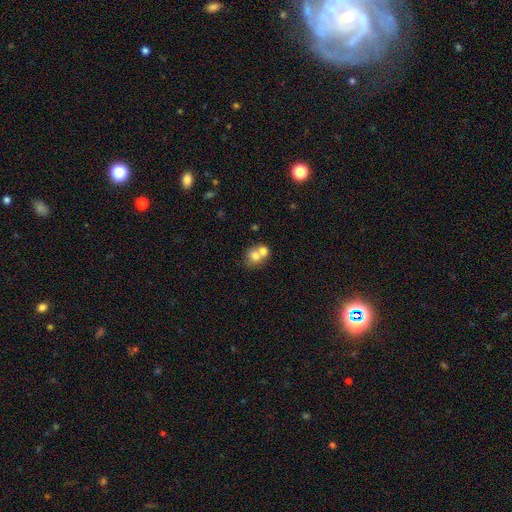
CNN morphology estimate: Smooth or featured: smooth — 71% (featured or disk — 19%)
How rounded: round — 67% (in between — 32%)
Merging: merger — 61% (none — 30%)